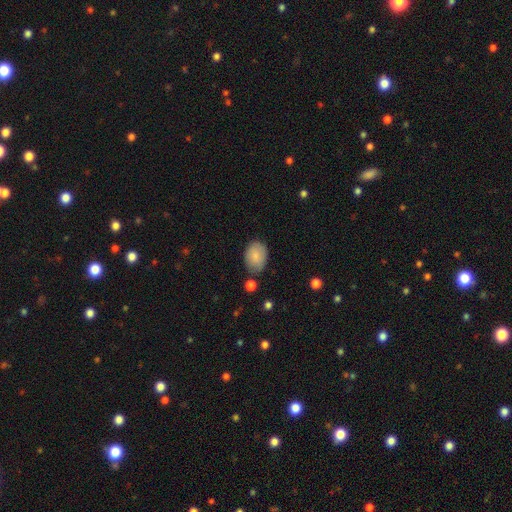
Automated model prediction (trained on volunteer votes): Morphology: type=smooth (84%); roundness=in between (77%); merging=none (75%).